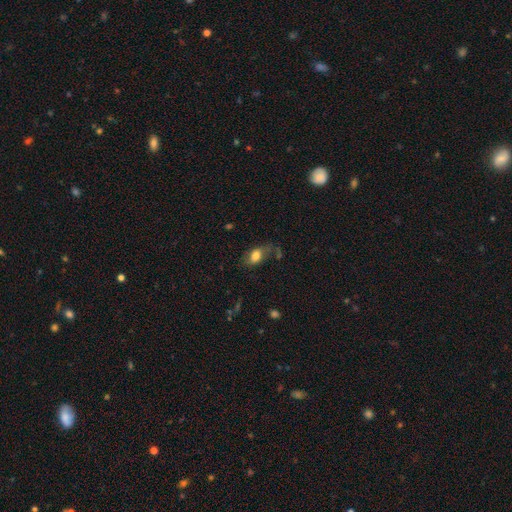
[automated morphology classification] type=smooth (68%); roundness=in between (85%); merging=none (50%).